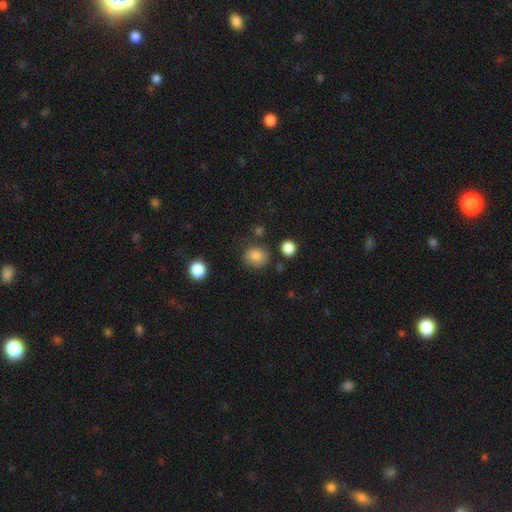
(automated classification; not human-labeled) A smooth galaxy with no disk features (83%) that is round (76%).

Vote fractions:
- Smooth or featured? smooth: 83% / star or artifact: 11% / featured or disk: 6%
- How rounded? round: 76% / in between: 23% / cigar-shaped: 1%
- Merging? none: 77% / minor disturbance: 15% / major disturbance: 4% / merger: 4%